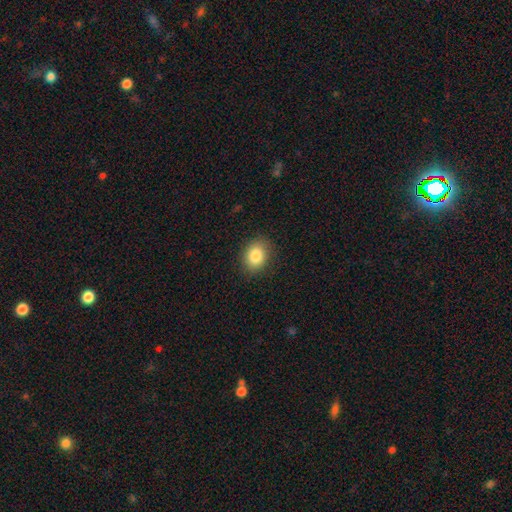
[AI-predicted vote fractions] smooth 85%, star or artifact 8%, featured or disk 7%. Down the decision tree: how rounded — in between (62%); merging — none (87%).